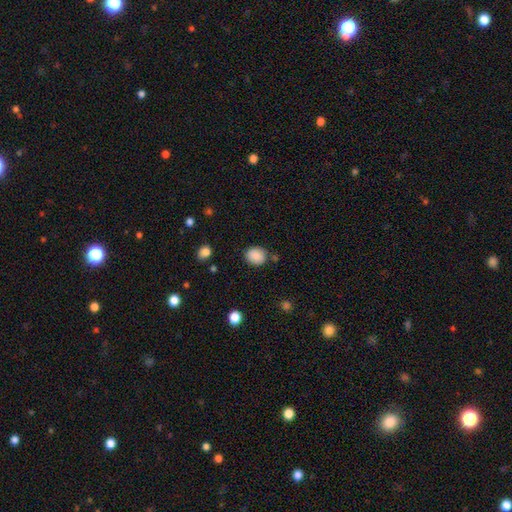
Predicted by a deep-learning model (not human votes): The model was most divided on "how rounded": round: 59%, in between: 41%, cigar-shaped: 1%. More confident: smooth or featured — smooth (88%); merging — none (80%).